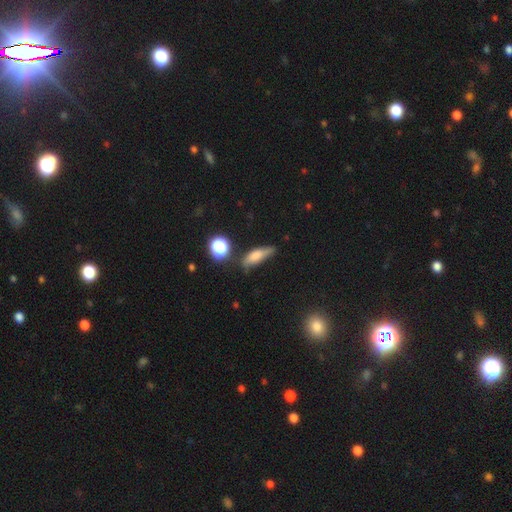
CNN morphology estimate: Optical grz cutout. It shows a smooth galaxy with no disk features (70%) that is in between round and cigar-shaped (47%). Merging: none (57%).